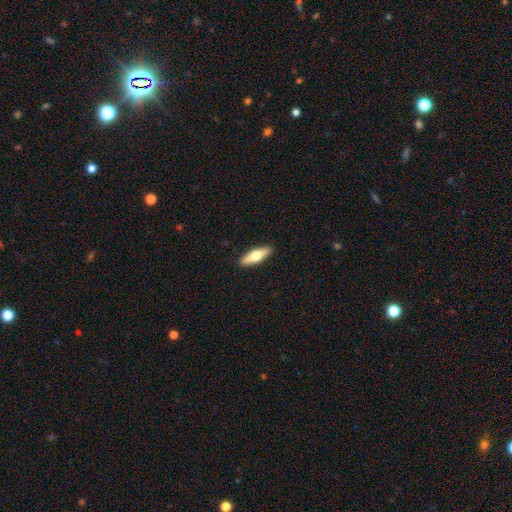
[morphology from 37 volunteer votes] Volunteers were most divided on "smooth or featured" (2-way tie): smooth: 49%, featured or disk: 49%, star or artifact: 3%. More confident: merging — none (86%); how rounded — cigar-shaped (61%).